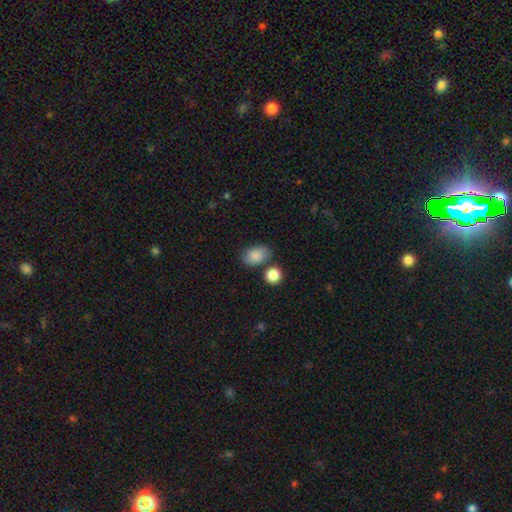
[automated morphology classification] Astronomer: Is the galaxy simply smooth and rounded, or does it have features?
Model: smooth — 85%.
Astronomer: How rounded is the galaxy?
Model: in between — 81%.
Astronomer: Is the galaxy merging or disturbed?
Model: none — 67%.